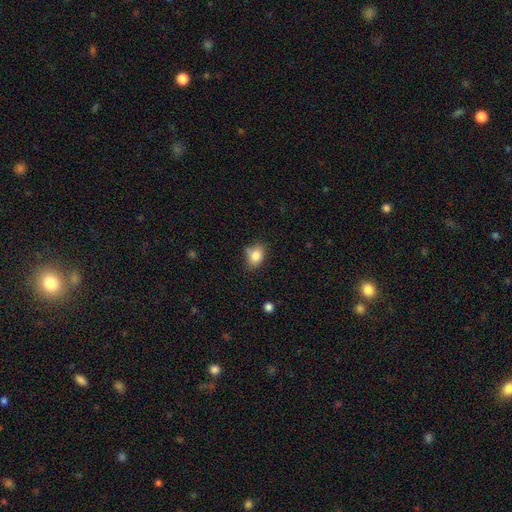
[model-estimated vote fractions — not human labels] Smooth or featured? Predicted: smooth (p=0.83). How rounded? Predicted: in between (p=0.67). Merging? Predicted: none (p=0.67).